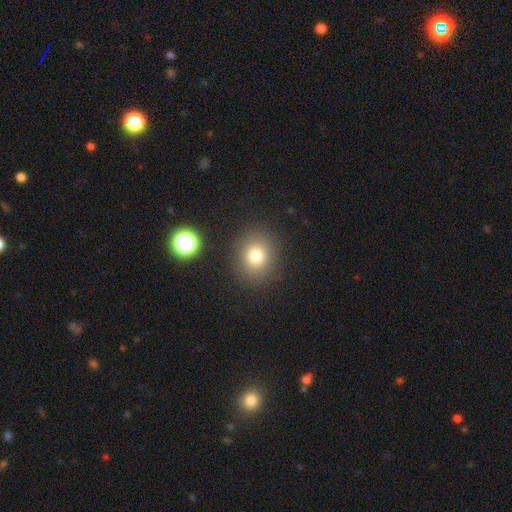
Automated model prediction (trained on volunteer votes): Smooth or featured: smooth — 77% (star or artifact — 14%)
How rounded: round — 70% (in between — 29%)
Merging: none — 87% (minor disturbance — 8%)